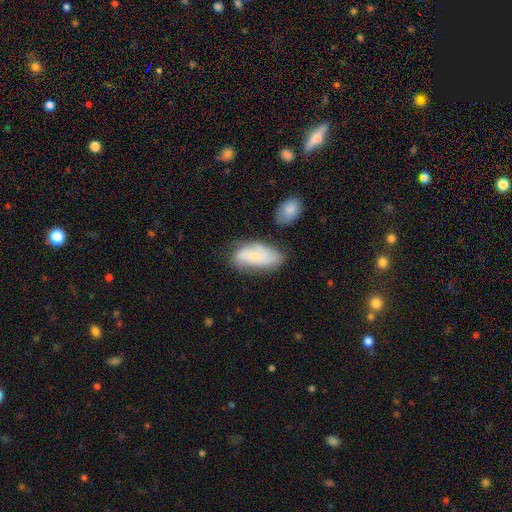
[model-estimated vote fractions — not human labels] A smooth galaxy with no disk features (59%) that is in between round and cigar-shaped (88%). Merging: none (54%).